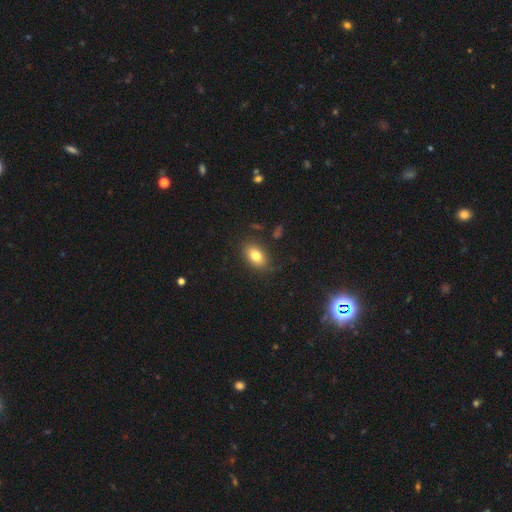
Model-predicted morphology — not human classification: Overall: smooth (80%). How rounded: in between (84%). Merging: none (83%).